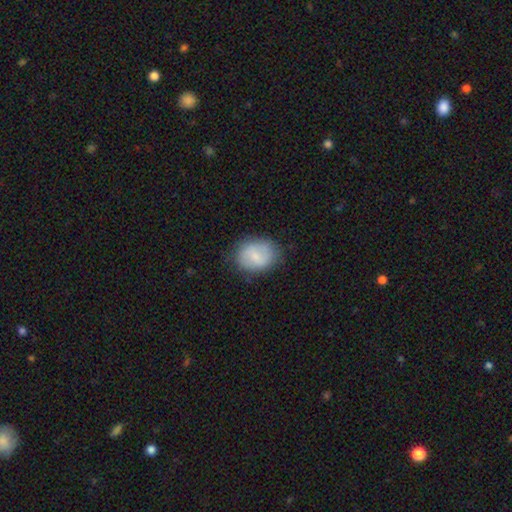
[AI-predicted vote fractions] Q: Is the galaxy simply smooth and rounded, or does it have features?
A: smooth — 69%.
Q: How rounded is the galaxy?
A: in between — 54%.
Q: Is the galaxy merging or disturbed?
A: none — 77%.